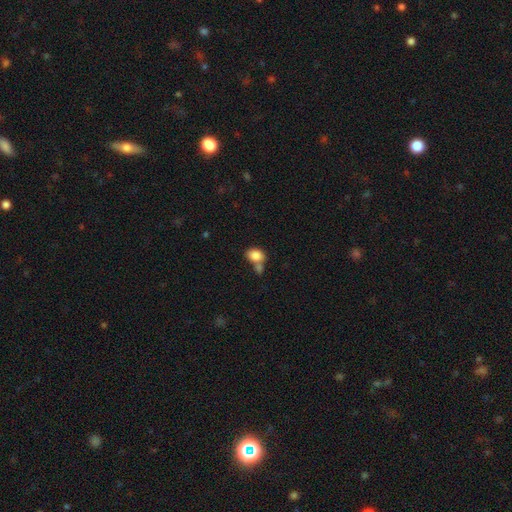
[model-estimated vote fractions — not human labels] This is clearly a smooth galaxy (84%). How rounded: likely in between (70%). Merging: marginally none (44%).